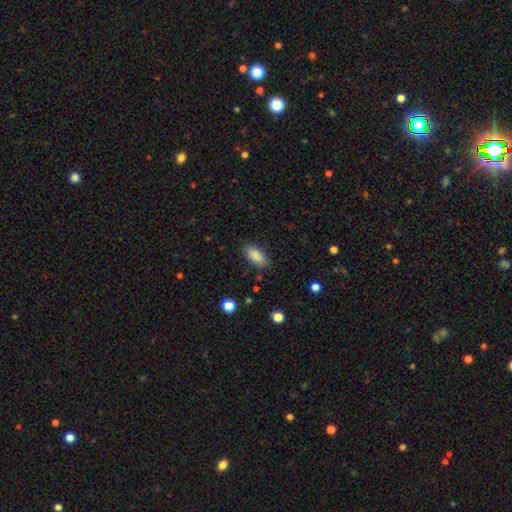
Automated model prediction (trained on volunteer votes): A smooth galaxy with no disk features (88%) that is in between round and cigar-shaped (89%). Merging: none (85%).